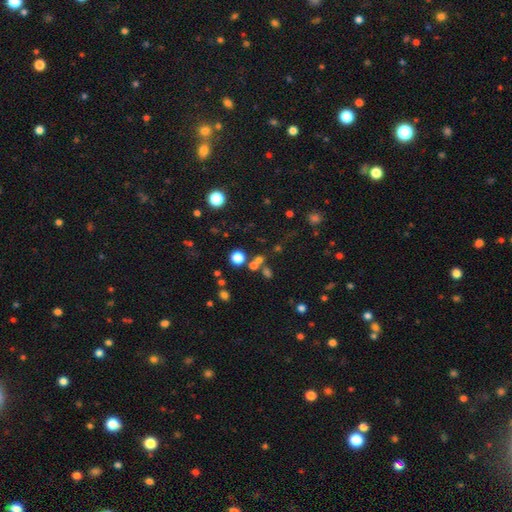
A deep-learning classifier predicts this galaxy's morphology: type=smooth (57%); roundness=round (87%); merging=none (69%).